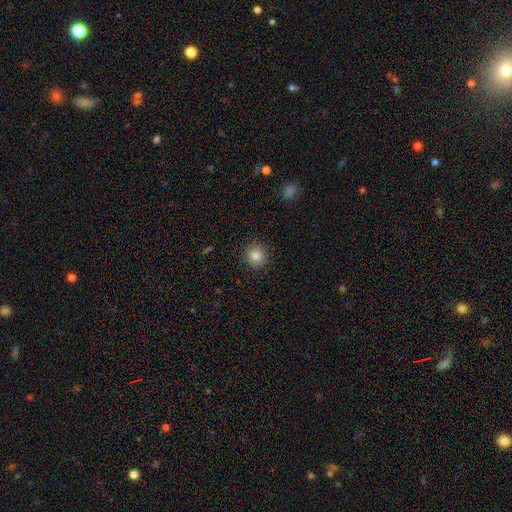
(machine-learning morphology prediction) The model was most divided on "smooth or featured": smooth: 82%, star or artifact: 11%, featured or disk: 6%. More confident: how rounded — round (92%); merging — none (92%).